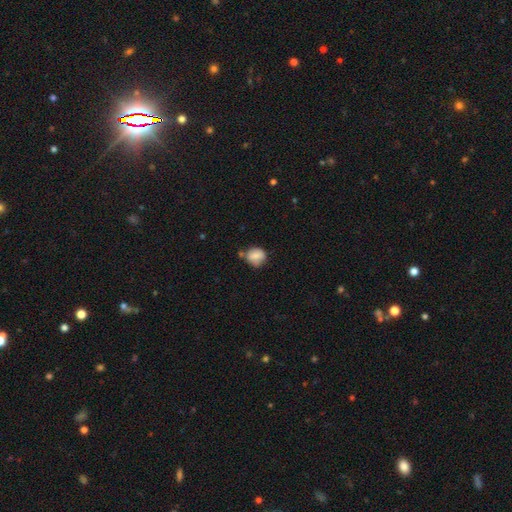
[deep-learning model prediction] Overall: smooth (77%). How rounded: round (71%). Merging: none (56%; minor disturbance 25%).